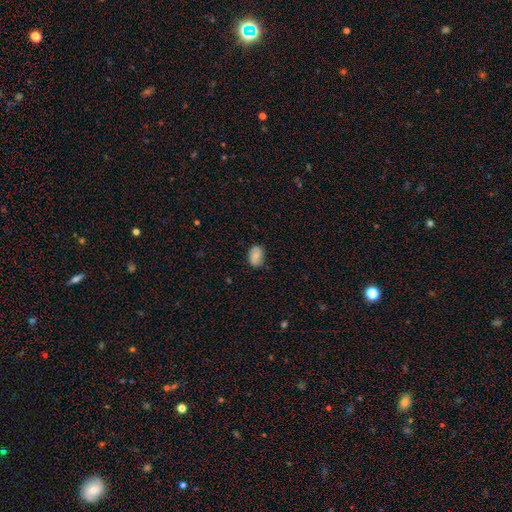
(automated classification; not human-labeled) Q: Smooth or featured?
A: smooth (78%); runner-up: featured or disk (14%)
Q: How rounded?
A: in between (79%); runner-up: round (20%)
Q: Merging?
A: none (76%); runner-up: minor disturbance (19%)